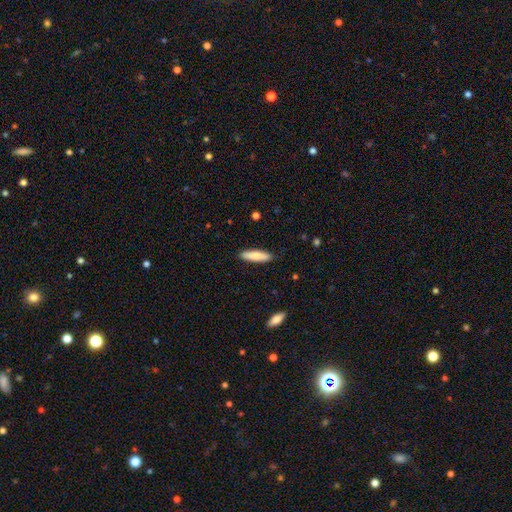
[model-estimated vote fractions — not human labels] Smooth or featured? smooth (81%)
How rounded? cigar-shaped (71%)
Merging? none (88%)